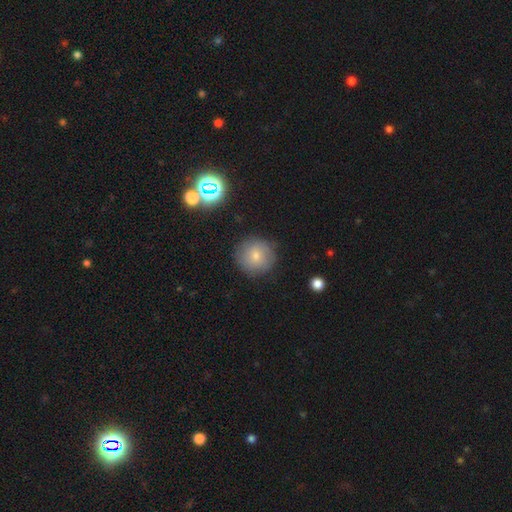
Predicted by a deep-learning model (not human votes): Smooth or featured: smooth — 75% (featured or disk — 15%)
How rounded: round — 94% (in between — 5%)
Merging: none — 85% (minor disturbance — 10%)